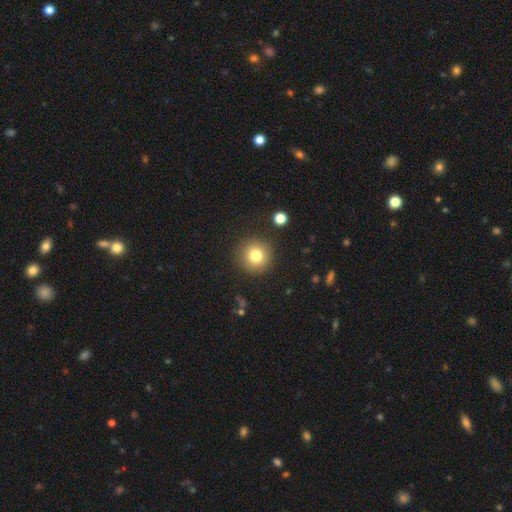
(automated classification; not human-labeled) A smooth galaxy with no disk features (80%) that is round (94%). Merging: none (89%).